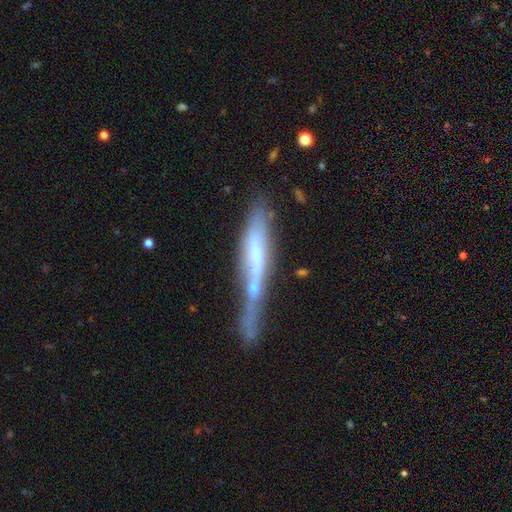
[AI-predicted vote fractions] Morphology: type=featured or disk (56%); edge-on=yes (70%); merging=none (35%).